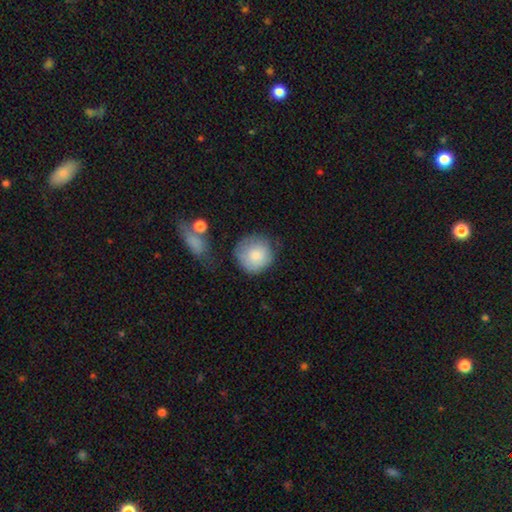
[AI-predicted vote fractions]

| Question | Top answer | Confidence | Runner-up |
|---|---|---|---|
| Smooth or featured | smooth | 83% | featured or disk (11%) |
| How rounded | round | 92% | in between (7%) |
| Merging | none | 65% | minor disturbance (22%) |